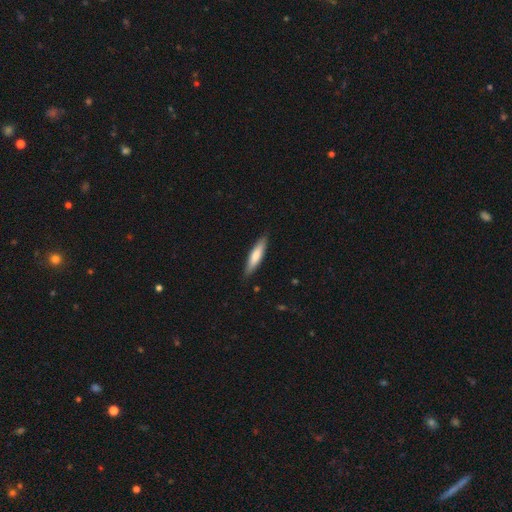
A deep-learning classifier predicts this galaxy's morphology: smooth 72%, featured or disk 23%, star or artifact 5%. Down the decision tree: how rounded — cigar-shaped (80%); merging — none (87%).